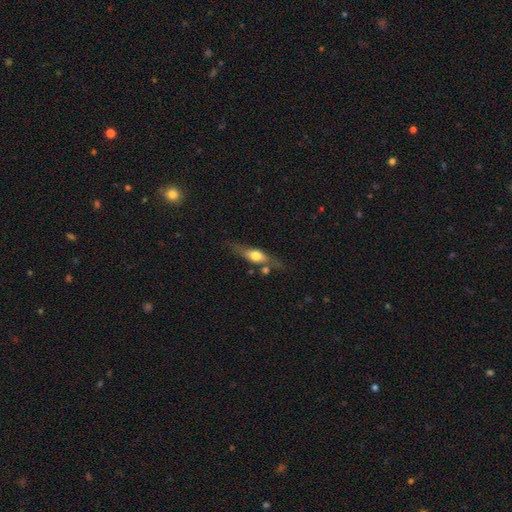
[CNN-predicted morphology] featured or disk 49%, smooth 45%, star or artifact 7%. Down the decision tree: merging — none (63%).